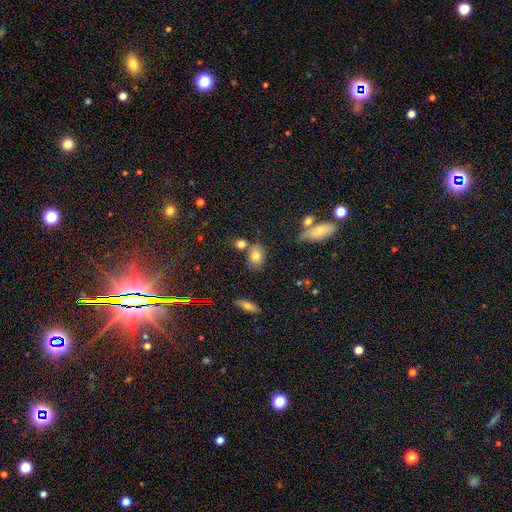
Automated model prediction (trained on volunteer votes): This is likely a smooth galaxy (77%). How rounded: likely in between (68%). Merging: likely none (61%).